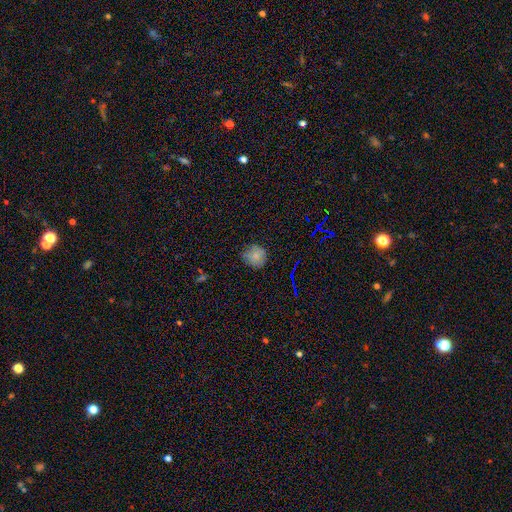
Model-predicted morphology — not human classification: smooth_or_featured: smooth (p=0.76) [alt: star or artifact p=0.15]
how_rounded: round (p=0.89) [alt: in between p=0.10]
merging: none (p=0.72) [alt: minor disturbance p=0.22]